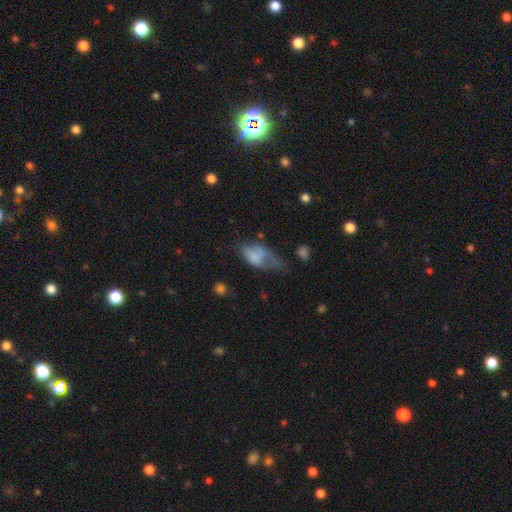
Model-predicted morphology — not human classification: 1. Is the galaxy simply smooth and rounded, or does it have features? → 64% smooth, 26% featured or disk, 10% star or artifact.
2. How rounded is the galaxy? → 89% in between, 6% round, 5% cigar-shaped.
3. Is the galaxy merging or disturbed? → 42% major disturbance, 27% minor disturbance, 19% none, 11% merger.